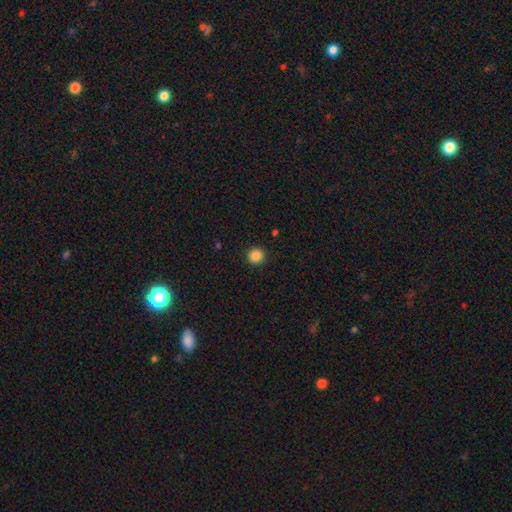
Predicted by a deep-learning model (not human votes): Morphology: type=smooth (87%); roundness=round (94%); merging=none (93%).